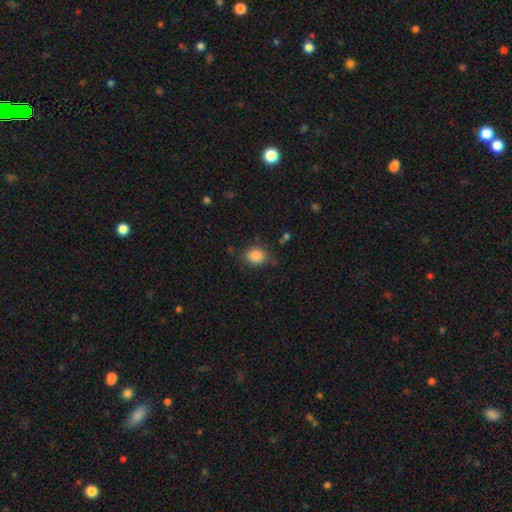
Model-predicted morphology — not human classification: The model was most divided on "how rounded": in between: 53%, round: 46%, cigar-shaped: 1%. More confident: smooth or featured — smooth (86%); merging — none (77%).